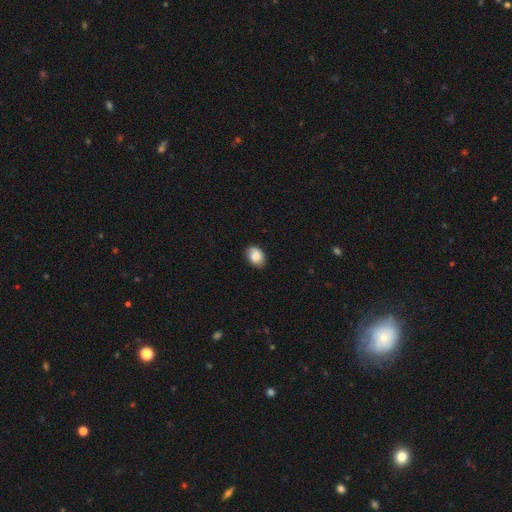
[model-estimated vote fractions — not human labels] Smooth or featured? smooth (85%)
How rounded? in between (73%)
Merging? none (80%)